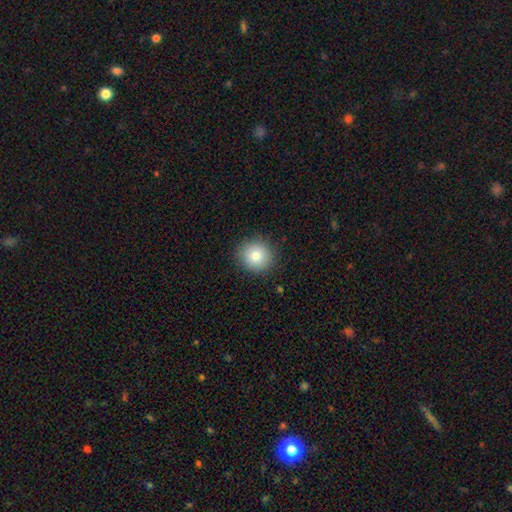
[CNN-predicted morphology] Smooth or featured: smooth — 81% (star or artifact — 10%)
How rounded: round — 91% (in between — 8%)
Merging: none — 90% (minor disturbance — 7%)